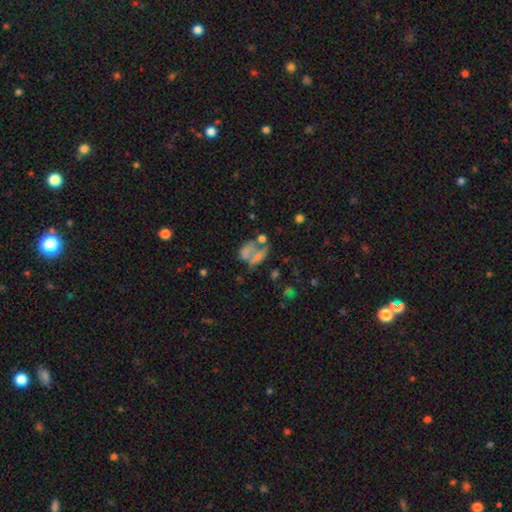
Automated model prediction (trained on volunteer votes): Smooth or featured: smooth — 45% (featured or disk — 38%)
Merging: merger — 39% (major disturbance — 26%)